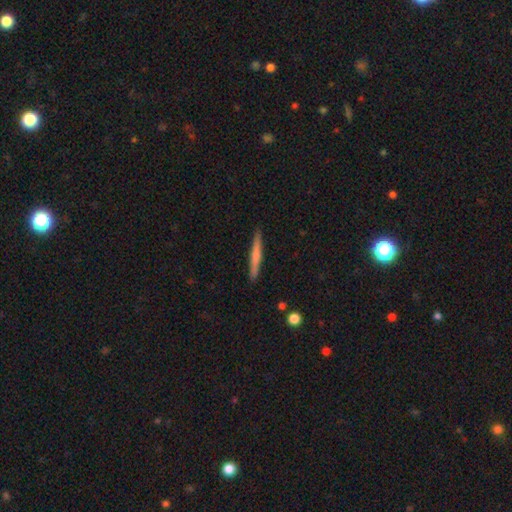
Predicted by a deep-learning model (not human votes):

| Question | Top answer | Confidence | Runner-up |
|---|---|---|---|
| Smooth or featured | smooth | 56% | featured or disk (39%) |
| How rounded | cigar-shaped | 96% | in between (3%) |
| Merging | none | 91% | minor disturbance (7%) |